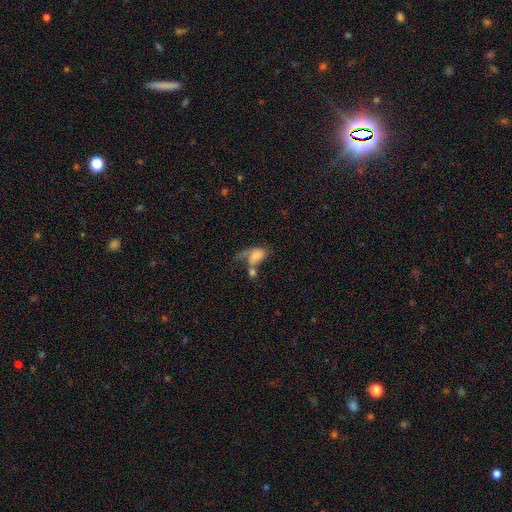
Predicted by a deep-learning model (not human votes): Q: Smooth or featured?
A: smooth (63%); runner-up: featured or disk (27%)
Q: How rounded?
A: in between (86%); runner-up: round (10%)
Q: Merging?
A: merger (46%); runner-up: major disturbance (26%)